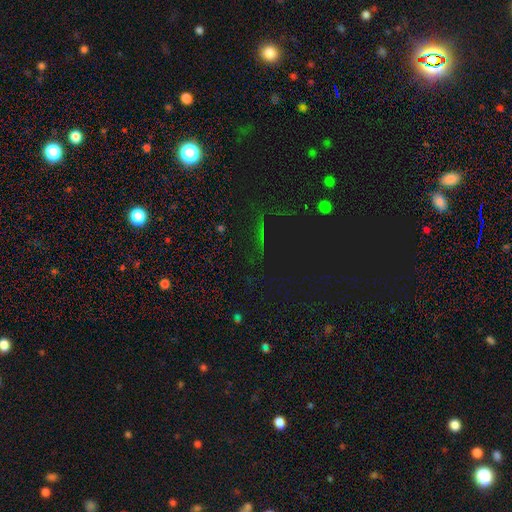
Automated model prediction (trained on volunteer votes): Smooth or featured?
  - star or artifact: 69% *
  - smooth: 17%
  - featured or disk: 13%